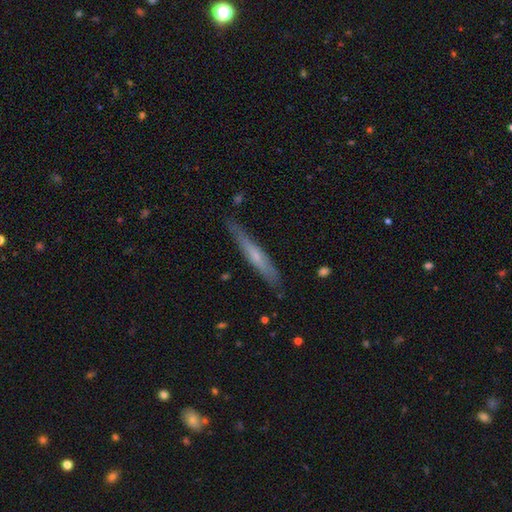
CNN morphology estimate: type=featured or disk (49%); merging=none (83%).